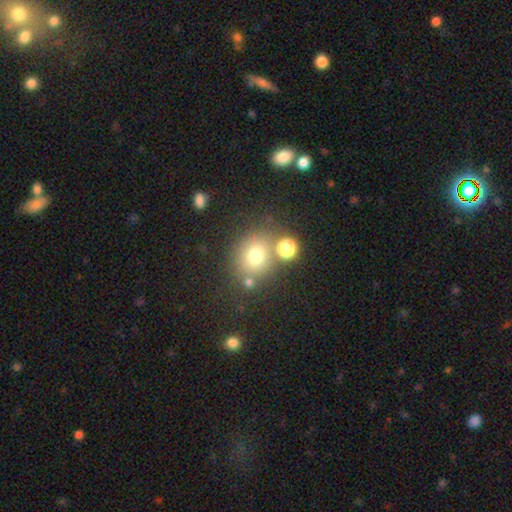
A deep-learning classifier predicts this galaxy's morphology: A smooth galaxy with no disk features (71%) that is round (79%).

Vote fractions:
- Smooth or featured? smooth: 71% / star or artifact: 17% / featured or disk: 12%
- How rounded? round: 79% / in between: 20% / cigar-shaped: 1%
- Merging? none: 71% / merger: 13% / minor disturbance: 11% / major disturbance: 5%